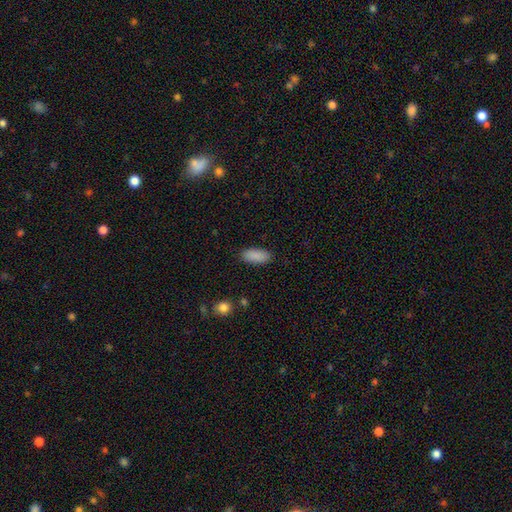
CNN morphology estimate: Smooth or featured?
  - smooth: 89% *
  - star or artifact: 7%
  - featured or disk: 4%
How rounded?
  - in between: 87% *
  - cigar-shaped: 11%
  - round: 2%
Merging?
  - none: 88% *
  - minor disturbance: 9%
  - major disturbance: 2%
  - merger: 1%